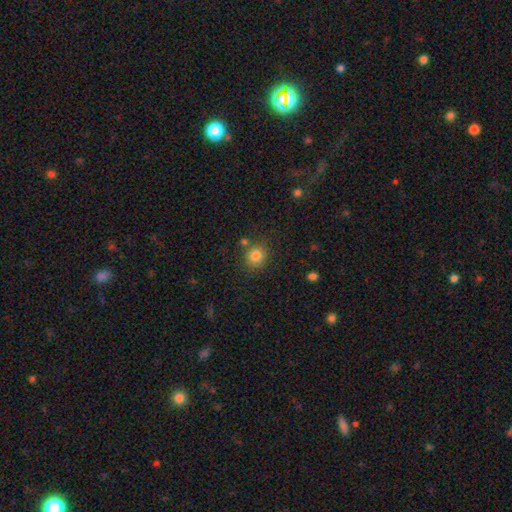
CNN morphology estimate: smooth-or-featured: smooth: 82% | star or artifact: 12% | featured or disk: 6%
  how-rounded: round: 83% | in between: 16% | cigar-shaped: 1%
  merging: none: 79% | minor disturbance: 10% | merger: 8% | major disturbance: 4%